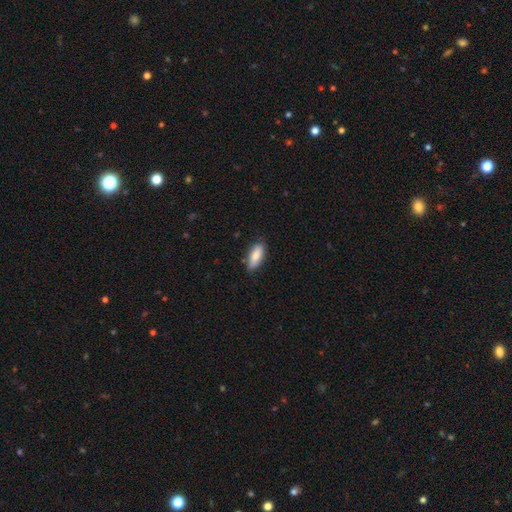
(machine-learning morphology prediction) This appears to be a smooth galaxy with no disk features (84%) that is in between round and cigar-shaped (76%). Merging: none (82%).